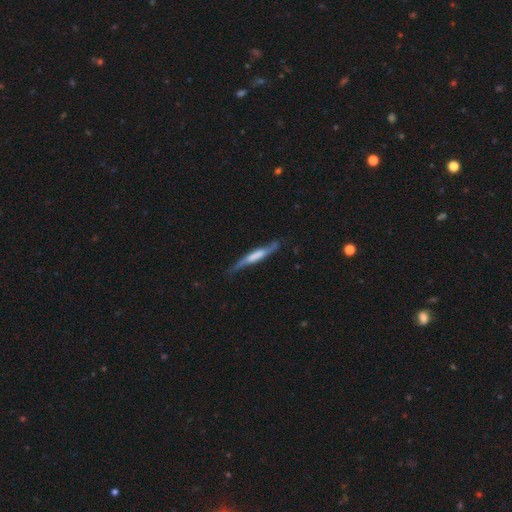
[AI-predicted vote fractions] Overall: featured or disk (61%; smooth 34%). Edge-on disk: yes (74%). Merging: none (64%; minor disturbance 26%).